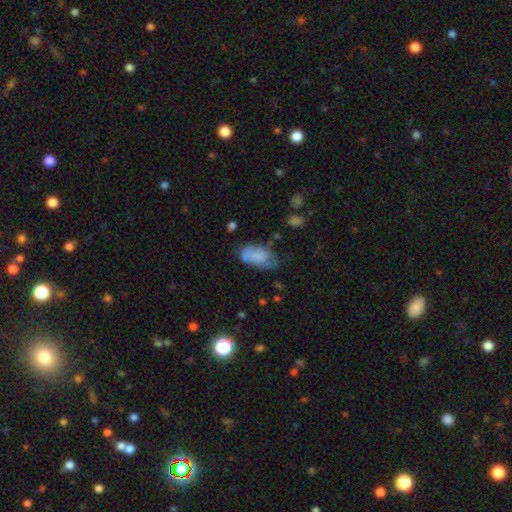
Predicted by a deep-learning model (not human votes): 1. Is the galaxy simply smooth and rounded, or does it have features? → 70% smooth, 21% featured or disk, 9% star or artifact.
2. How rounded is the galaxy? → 92% in between, 4% cigar-shaped, 4% round.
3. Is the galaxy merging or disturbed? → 47% none, 30% minor disturbance, 13% major disturbance, 9% merger.